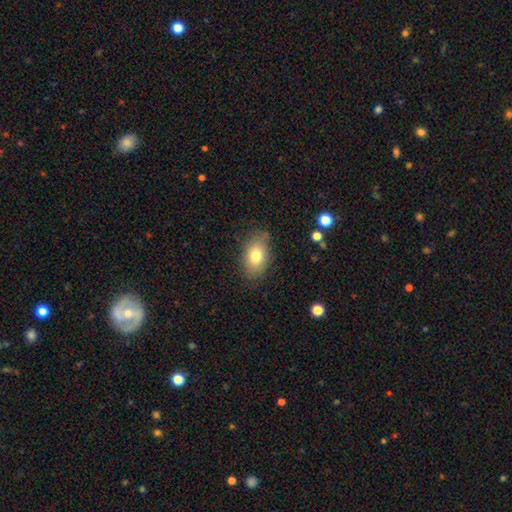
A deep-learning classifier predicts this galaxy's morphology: smooth_or_featured: smooth (p=0.78) [alt: featured or disk p=0.13]
how_rounded: in between (p=0.88) [alt: round p=0.10]
merging: none (p=0.79) [alt: minor disturbance p=0.16]